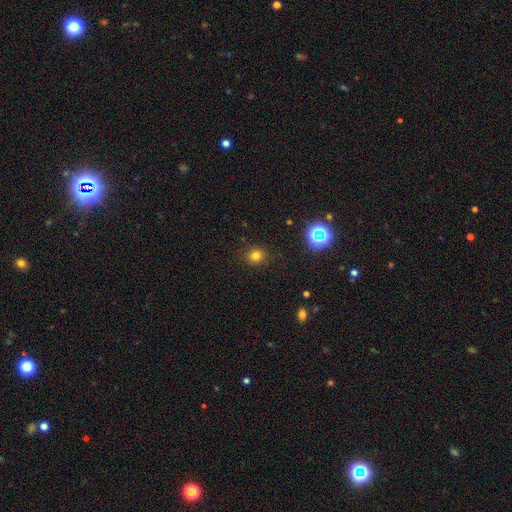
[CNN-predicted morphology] Smooth or featured: smooth — 75% (star or artifact — 19%)
How rounded: round — 81% (in between — 18%)
Merging: none — 88% (minor disturbance — 8%)